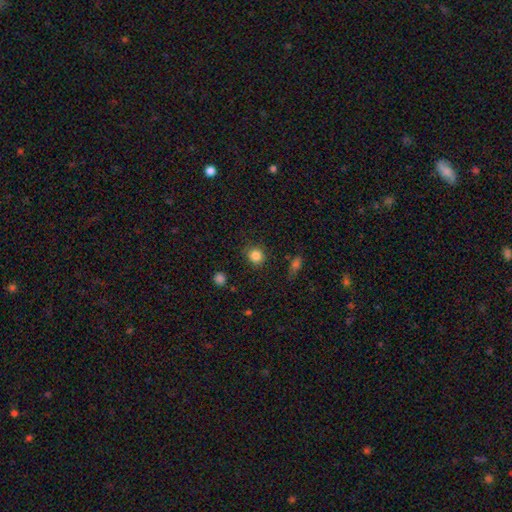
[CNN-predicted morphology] smooth-or-featured: smooth: 84% | star or artifact: 11% | featured or disk: 5%
  how-rounded: round: 88% | in between: 11% | cigar-shaped: 1%
  merging: none: 85% | minor disturbance: 10% | major disturbance: 3% | merger: 2%